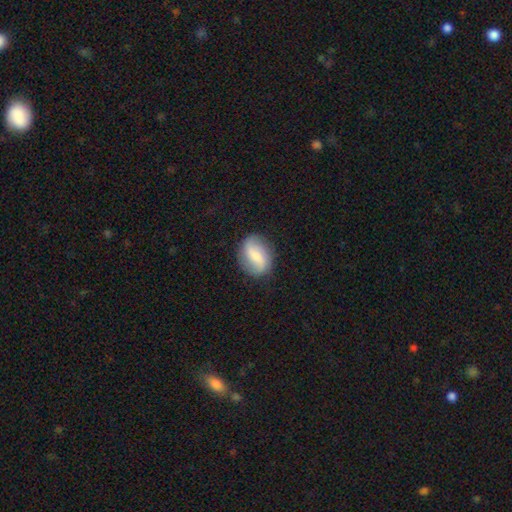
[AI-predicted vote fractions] Morphology: type=featured or disk (52%); edge-on=no (96%); merging=none (83%).